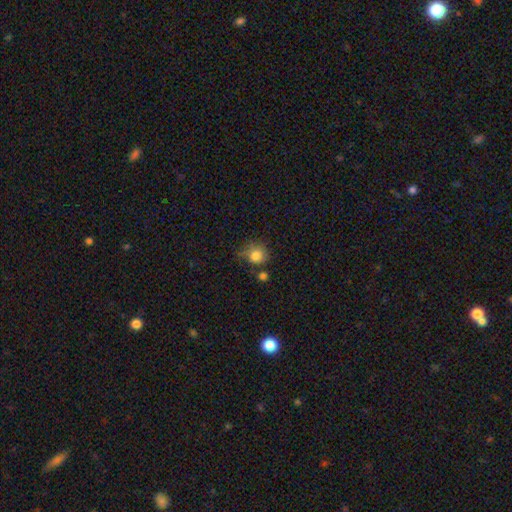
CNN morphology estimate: Smooth or featured? Predicted: smooth (p=0.82). How rounded? Predicted: round (p=0.82). Merging? Predicted: none (p=0.59).